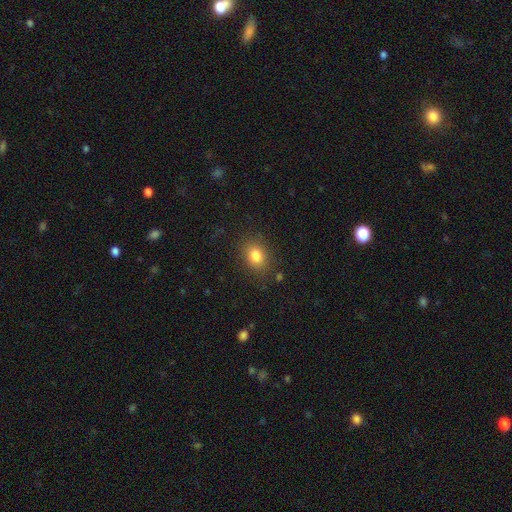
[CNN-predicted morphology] Smooth or featured: smooth — 82% (star or artifact — 11%)
How rounded: in between — 60% (round — 39%)
Merging: none — 84% (minor disturbance — 11%)